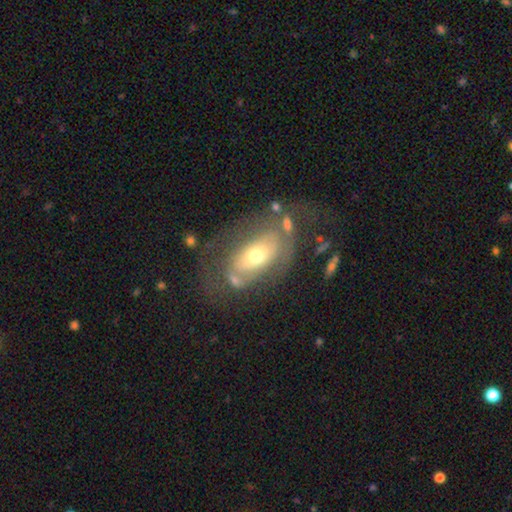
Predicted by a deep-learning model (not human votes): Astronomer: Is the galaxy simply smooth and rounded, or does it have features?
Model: featured or disk — 60%.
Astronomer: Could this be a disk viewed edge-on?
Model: no — 90%.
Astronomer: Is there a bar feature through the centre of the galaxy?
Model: no — 72%.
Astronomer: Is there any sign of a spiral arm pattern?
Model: no — 53% (runner-up: yes, 47%).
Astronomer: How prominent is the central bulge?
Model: moderate — 58%.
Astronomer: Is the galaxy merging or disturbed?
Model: none — 47% (runner-up: major disturbance, 24%).